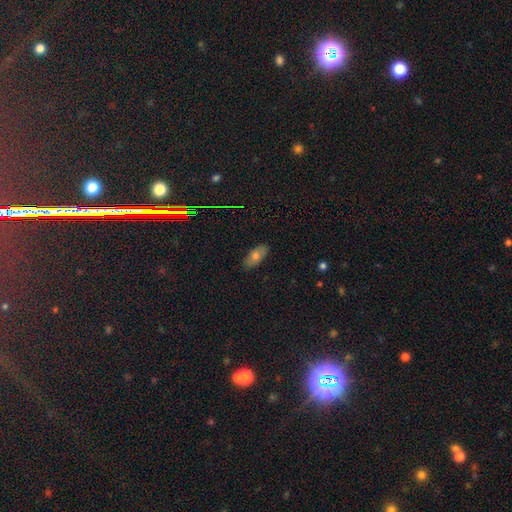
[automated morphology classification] A smooth galaxy with no disk features (71%) that is in between round and cigar-shaped (87%).

Vote fractions:
- Smooth or featured? smooth: 71% / featured or disk: 18% / star or artifact: 11%
- How rounded? in between: 87% / cigar-shaped: 10% / round: 3%
- Merging? none: 86% / minor disturbance: 11% / major disturbance: 2% / merger: 1%